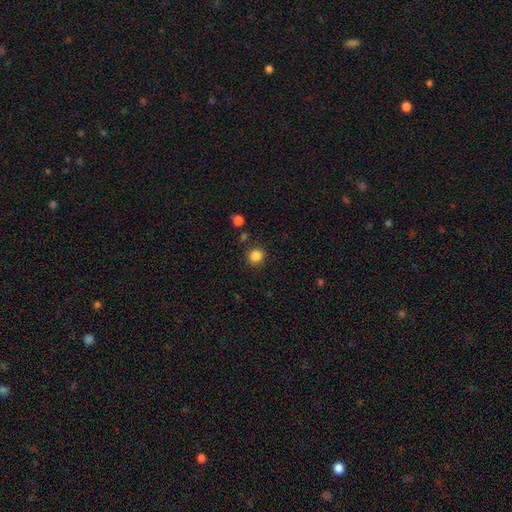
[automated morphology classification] Smooth or featured? smooth (86%)
How rounded? round (92%)
Merging? none (88%)